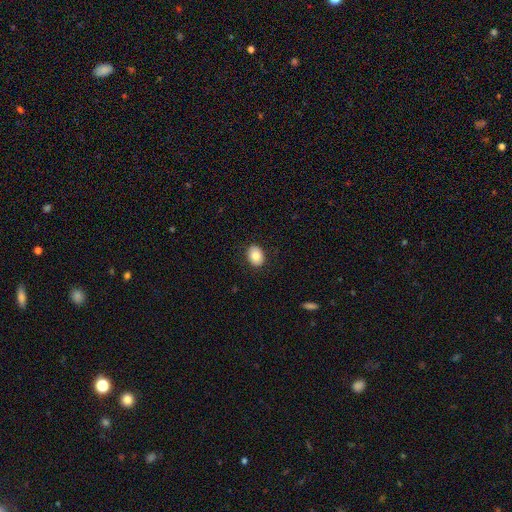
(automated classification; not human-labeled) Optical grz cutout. It shows a smooth galaxy with no disk features (82%) that is in between round and cigar-shaped (64%). Merging: none (89%).